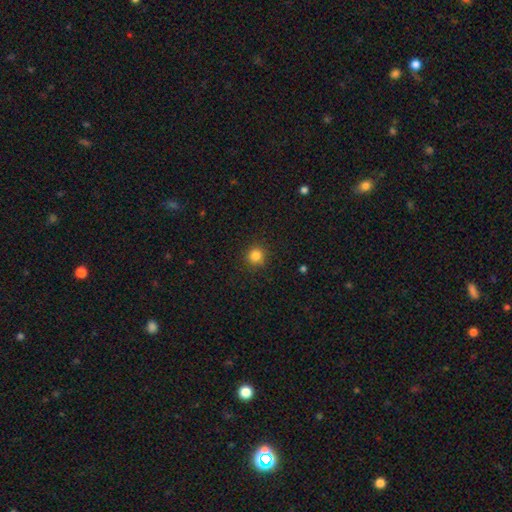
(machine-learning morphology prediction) Smooth or featured?
  - smooth: 83% *
  - star or artifact: 13%
  - featured or disk: 4%
How rounded?
  - round: 93% *
  - in between: 6%
  - cigar-shaped: 1%
Merging?
  - none: 90% *
  - minor disturbance: 7%
  - major disturbance: 2%
  - merger: 1%